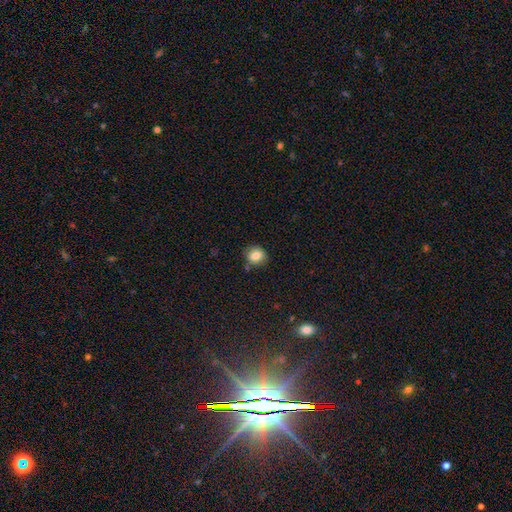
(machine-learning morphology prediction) The model was most divided on "how rounded": round: 71%, in between: 28%, cigar-shaped: 1%. More confident: smooth or featured — smooth (82%); merging — none (77%).